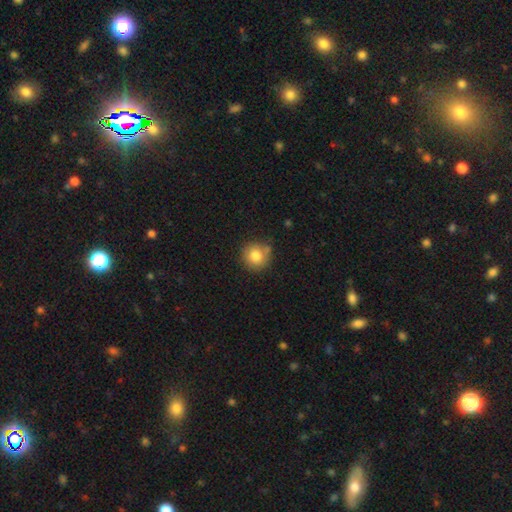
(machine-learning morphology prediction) type=smooth (82%); roundness=round (92%); merging=none (72%).